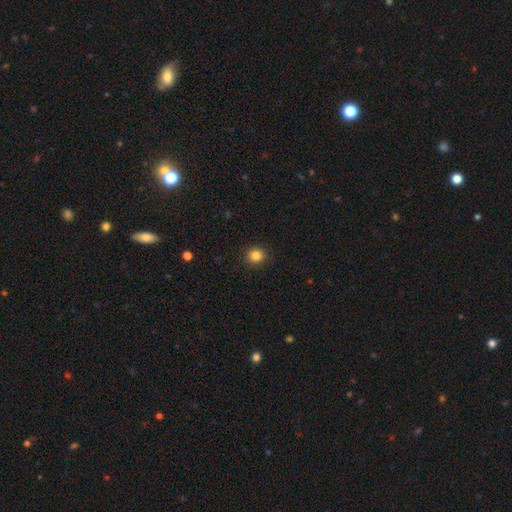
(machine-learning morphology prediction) Smooth or featured?
  - smooth: 84% *
  - star or artifact: 11%
  - featured or disk: 5%
How rounded?
  - round: 87% *
  - in between: 12%
  - cigar-shaped: 1%
Merging?
  - none: 91% *
  - minor disturbance: 6%
  - major disturbance: 2%
  - merger: 1%